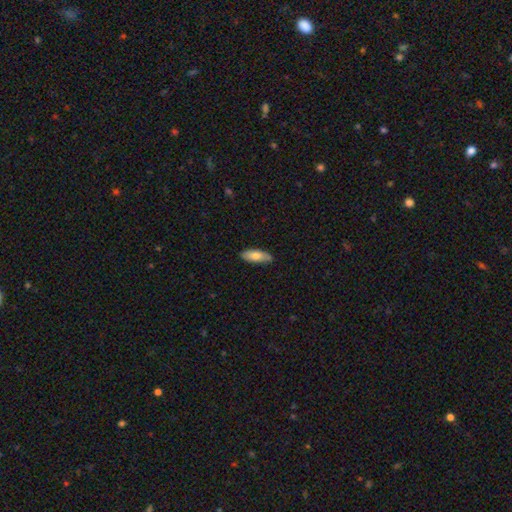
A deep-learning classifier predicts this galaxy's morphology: Q: Smooth or featured?
A: smooth (73%); runner-up: featured or disk (22%)
Q: How rounded?
A: in between (72%); runner-up: cigar-shaped (26%)
Q: Merging?
A: none (85%); runner-up: minor disturbance (12%)